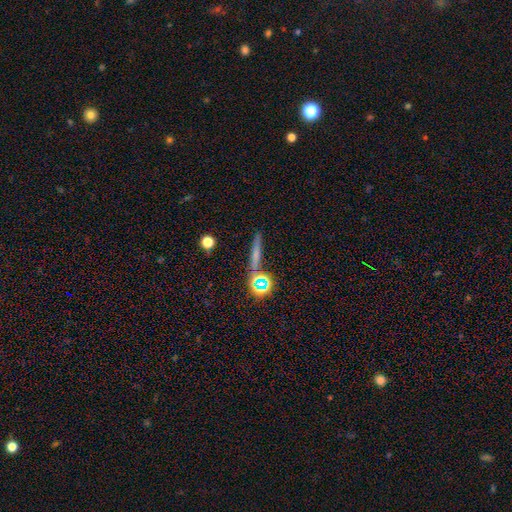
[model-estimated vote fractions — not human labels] Smooth or featured? Predicted: smooth (p=0.50). Merging? Predicted: none (p=0.81).